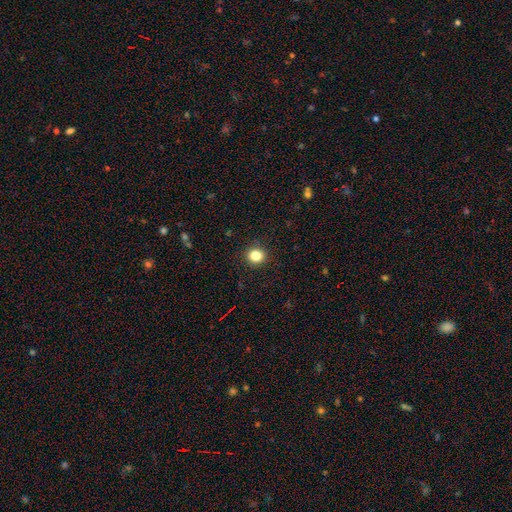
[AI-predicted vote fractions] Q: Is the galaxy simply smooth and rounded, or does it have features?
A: smooth — 83%.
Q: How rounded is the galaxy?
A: round — 86%.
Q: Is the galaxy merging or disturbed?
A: none — 91%.